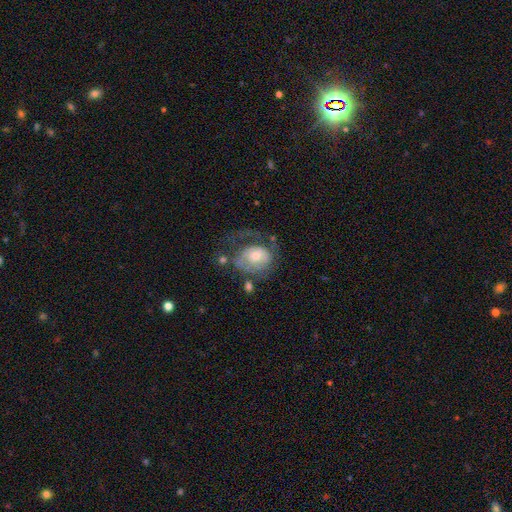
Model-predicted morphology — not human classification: This is likely a featured or disk galaxy (65%). It is clearly not viewed edge-on (97%). Bar: likely no (71%). Spiral arm pattern: likely yes (73%). Central bulge: possibly moderate (55%). Merging: marginally major disturbance (38%).